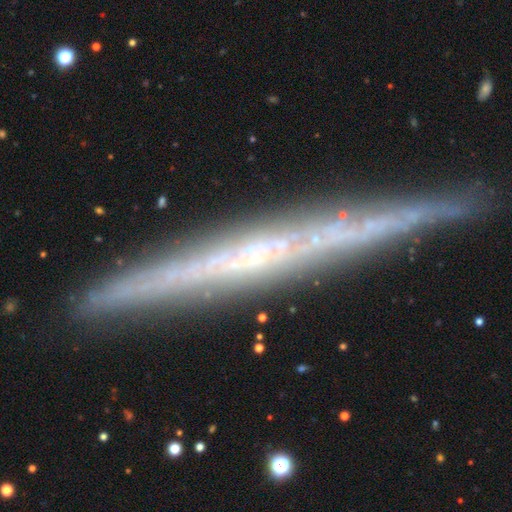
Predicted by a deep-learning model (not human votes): smooth_or_featured: featured or disk (p=0.74) [alt: smooth p=0.16]
disk_edge_on: yes (p=0.96) [alt: no p=0.04]
edge_on_bulge: none (p=0.74) [alt: rounded p=0.20]
merging: none (p=0.90) [alt: minor disturbance p=0.07]